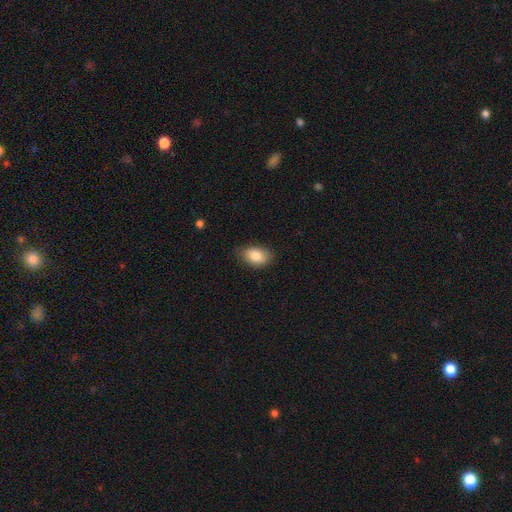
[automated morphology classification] Smooth or featured? smooth (83%)
How rounded? in between (87%)
Merging? none (76%)